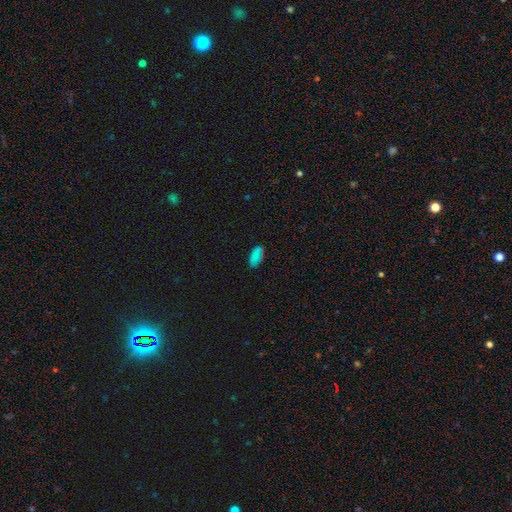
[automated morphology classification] smooth 75%, star or artifact 16%, featured or disk 9%. Down the decision tree: how rounded — in between (93%); merging — none (80%).